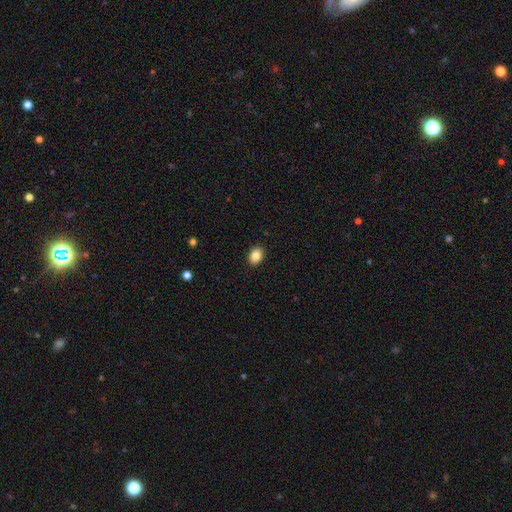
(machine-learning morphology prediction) Smooth or featured? Predicted: smooth (p=0.85). How rounded? Predicted: in between (p=0.64). Merging? Predicted: none (p=0.90).